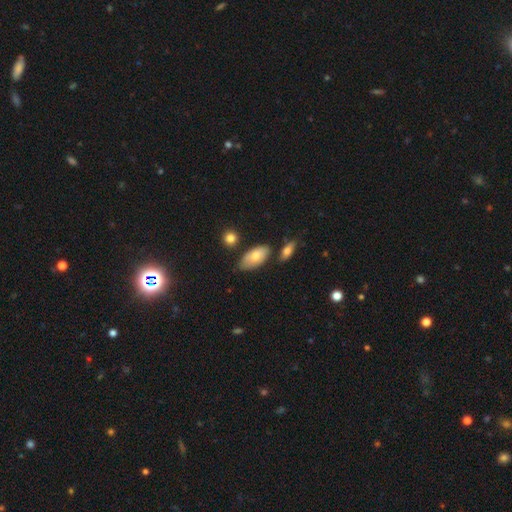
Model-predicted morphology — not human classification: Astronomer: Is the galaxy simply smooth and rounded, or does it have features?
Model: smooth — 73%.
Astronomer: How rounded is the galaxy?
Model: in between — 91%.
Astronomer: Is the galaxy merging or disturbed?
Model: none — 66%.